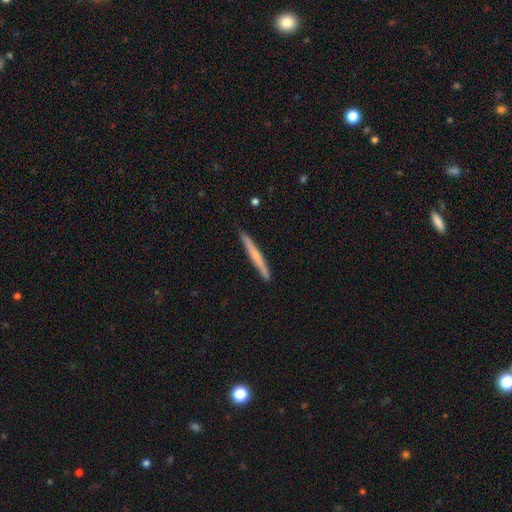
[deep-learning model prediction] Smooth or featured? smooth (53%)
How rounded? cigar-shaped (97%)
Merging? none (92%)